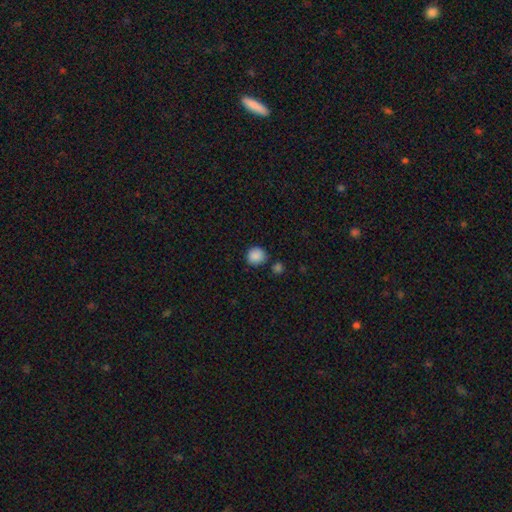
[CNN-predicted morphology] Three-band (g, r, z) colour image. It shows a smooth galaxy with no disk features (88%) that is round (89%). Merging: none (79%).